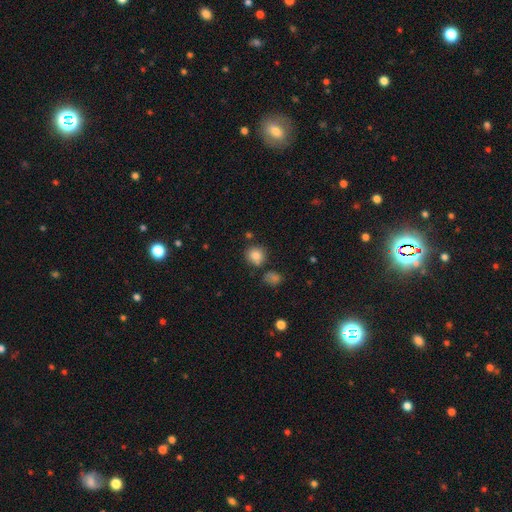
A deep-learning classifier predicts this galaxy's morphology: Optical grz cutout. It shows a smooth galaxy with no disk features (83%) that is round (86%). Merging: none (74%).